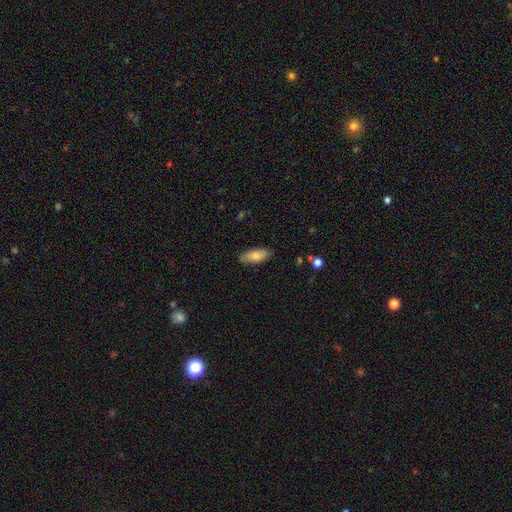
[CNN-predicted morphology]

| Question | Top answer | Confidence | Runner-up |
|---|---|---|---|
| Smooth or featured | smooth | 81% | featured or disk (12%) |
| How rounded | in between | 74% | cigar-shaped (24%) |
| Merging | none | 86% | minor disturbance (11%) |